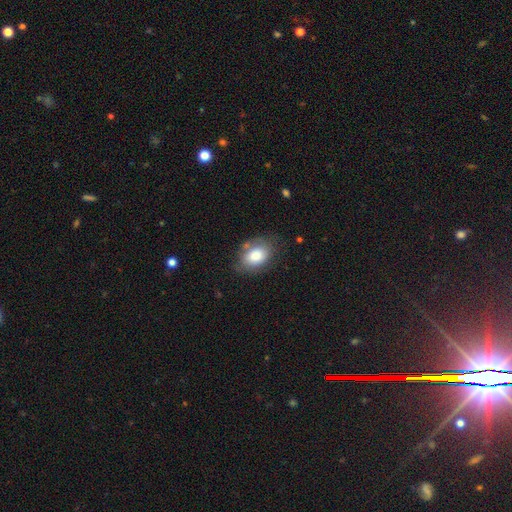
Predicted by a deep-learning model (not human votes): This appears to be a smooth galaxy with no disk features (81%) that is in between round and cigar-shaped (83%). Merging: none (70%).